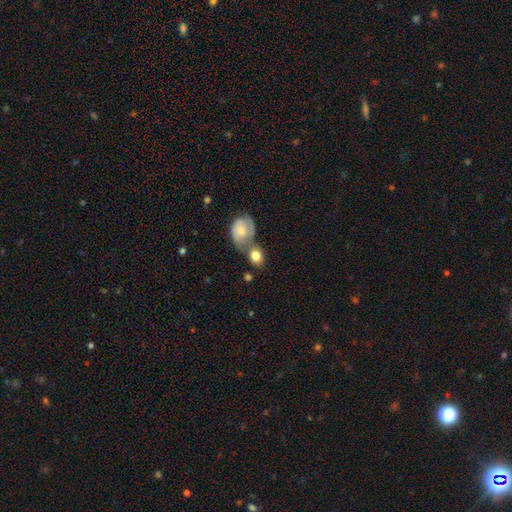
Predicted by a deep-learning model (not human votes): This is clearly a smooth galaxy (80%). How rounded: possibly round (57%). Merging: possibly merger (46%).